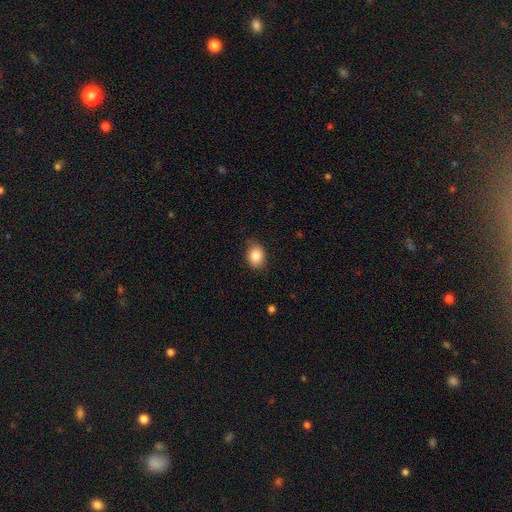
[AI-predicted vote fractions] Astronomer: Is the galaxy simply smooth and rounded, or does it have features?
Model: smooth — 85%.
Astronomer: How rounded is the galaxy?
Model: in between — 56% (runner-up: round, 43%).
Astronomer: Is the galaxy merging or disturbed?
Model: none — 81%.